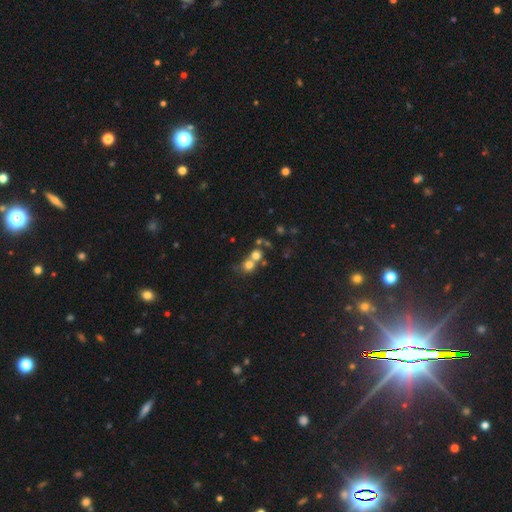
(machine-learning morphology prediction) smooth-or-featured: smooth: 68% | star or artifact: 17% | featured or disk: 16%
  how-rounded: round: 83% | in between: 16% | cigar-shaped: 1%
  merging: merger: 53% | none: 36% | minor disturbance: 6% | major disturbance: 5%